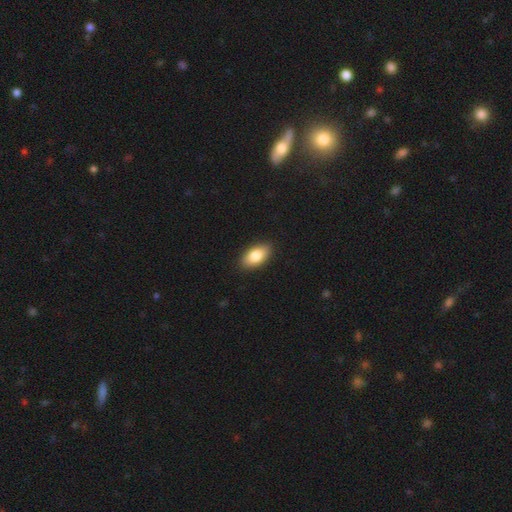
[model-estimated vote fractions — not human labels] Smooth or featured? Predicted: smooth (p=0.83). How rounded? Predicted: in between (p=0.92). Merging? Predicted: none (p=0.89).